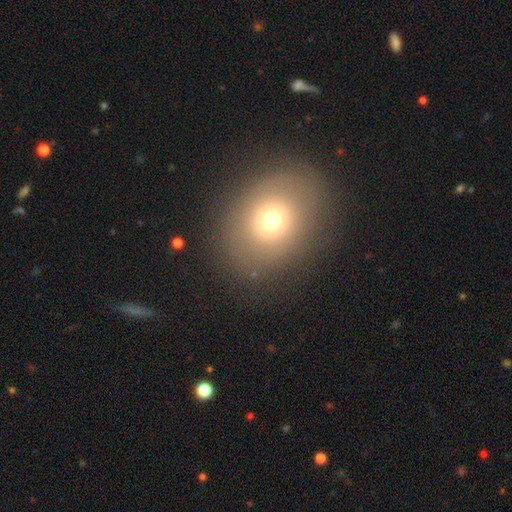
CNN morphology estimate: type=smooth (67%); roundness=round (54%); merging=none (86%).